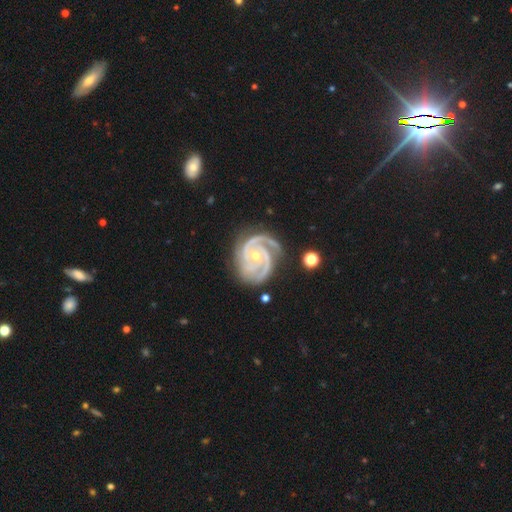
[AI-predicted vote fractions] A featured or disk galaxy (94%) with no bar (66%), 3 (51%) tight (71%) spiral arms (99%) and a small central bulge (51%).

Vote fractions:
- Smooth or featured? featured or disk: 94% / star or artifact: 3% / smooth: 2%
- Edge-on disk? no: 98% / yes: 2%
- Bar? no: 66% / weak: 23% / strong: 11%
- Spiral arms? yes: 99% / no: 1%
- Spiral winding? tight: 71% / medium: 27% / loose: 2%
- Spiral arm count? 3: 51% / 2: 35% / 4: 4% / can't tell: 4% / 1: 3% / more than 4: 3%
- Bulge size? small: 51% / moderate: 46% / large: 1% / none: 1% / dominant: 1%
- Merging? none: 74% / minor disturbance: 18% / major disturbance: 5% / merger: 2%